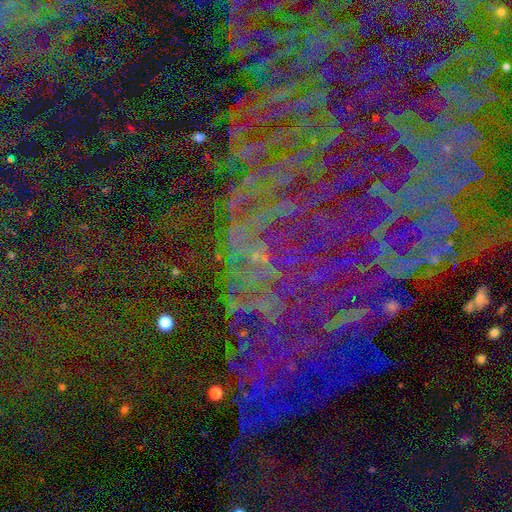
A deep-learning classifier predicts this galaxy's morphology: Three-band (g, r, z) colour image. It shows a star or artifact, not a galaxy (84%).